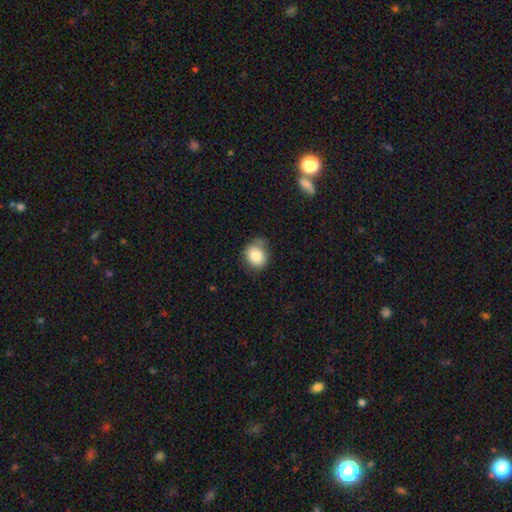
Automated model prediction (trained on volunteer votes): A smooth galaxy with no disk features (83%) that is round (67%). Merging: none (61%).